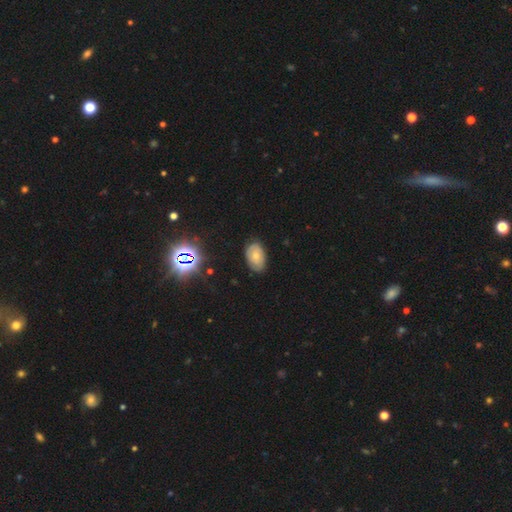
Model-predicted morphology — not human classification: Smooth or featured: smooth — 56% (featured or disk — 31%)
How rounded: in between — 89% (round — 10%)
Merging: none — 77% (minor disturbance — 18%)